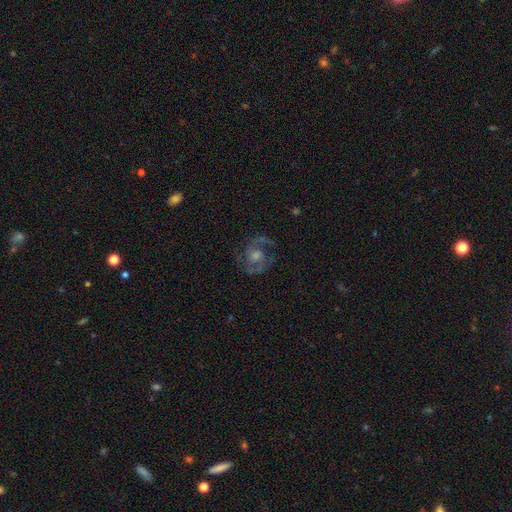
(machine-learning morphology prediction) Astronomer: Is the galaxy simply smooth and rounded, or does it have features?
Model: featured or disk — 82%.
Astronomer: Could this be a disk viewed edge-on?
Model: no — 98%.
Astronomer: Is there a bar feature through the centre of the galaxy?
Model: no — 62%.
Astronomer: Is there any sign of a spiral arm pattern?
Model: yes — 95%.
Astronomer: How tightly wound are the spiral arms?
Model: medium — 54% (runner-up: tight, 32%).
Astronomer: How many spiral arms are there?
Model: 2 — 73%.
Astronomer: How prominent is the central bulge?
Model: moderate — 54%.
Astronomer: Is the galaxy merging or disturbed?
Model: none — 75%.